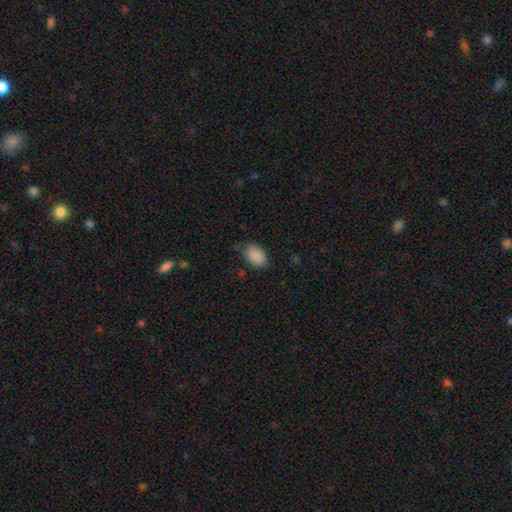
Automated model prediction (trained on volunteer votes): This appears to be a smooth galaxy with no disk features (89%) that is in between round and cigar-shaped (86%). Merging: none (68%).